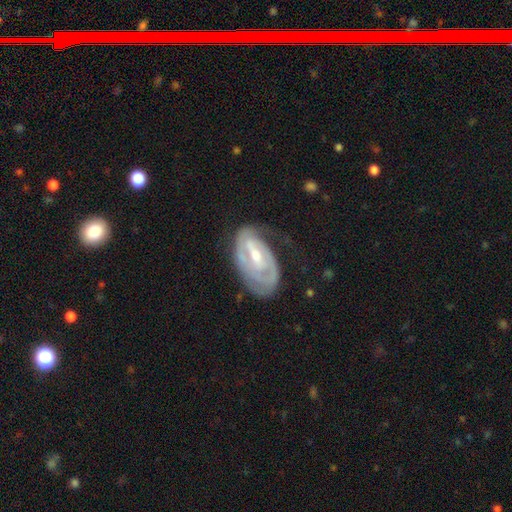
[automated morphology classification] featured or disk 79%, smooth 16%, star or artifact 5%. Down the decision tree: edge-on disk — no (95%); bar — weak (48%); spiral arms — yes (84%); spiral arm count — 2 (43%); spiral winding — tight (63%); bulge size — moderate (51%); merging — none (55%).